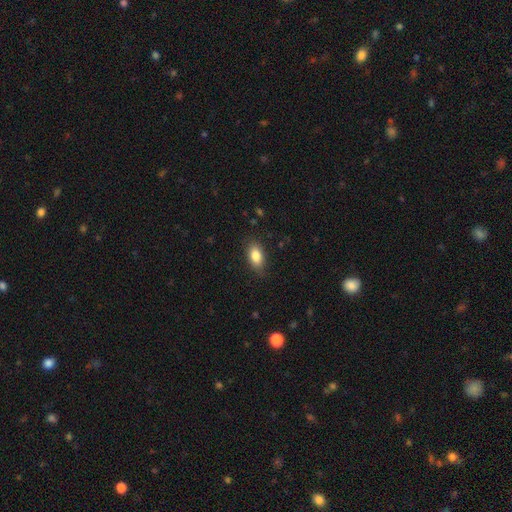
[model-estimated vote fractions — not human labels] smooth 84%, featured or disk 8%, star or artifact 7%. Down the decision tree: how rounded — in between (89%); merging — none (82%).